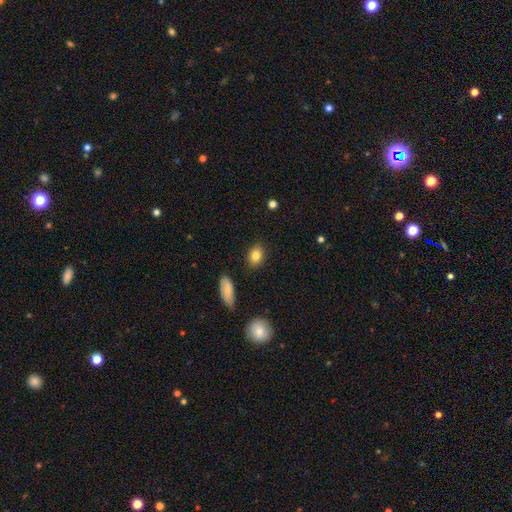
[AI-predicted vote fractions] Morphology: type=smooth (82%); roundness=in between (72%); merging=none (87%).